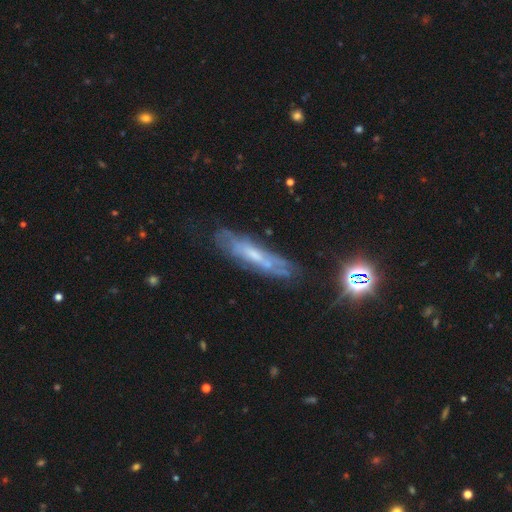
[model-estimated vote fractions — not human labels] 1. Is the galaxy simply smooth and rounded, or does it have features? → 62% featured or disk, 26% smooth, 12% star or artifact.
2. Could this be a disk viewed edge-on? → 53% no, 47% yes.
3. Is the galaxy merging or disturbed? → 71% none, 19% minor disturbance, 7% major disturbance, 3% merger.